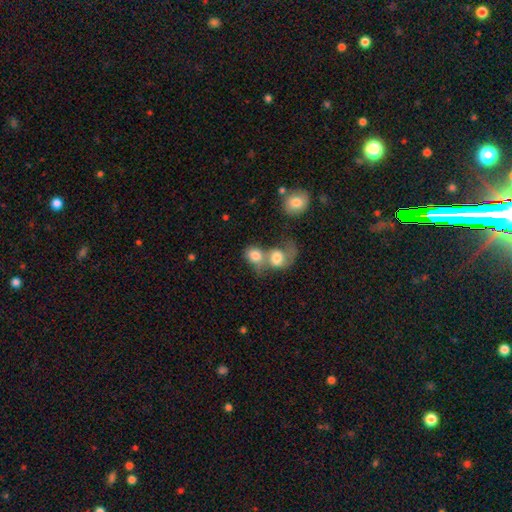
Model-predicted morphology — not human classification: Overall: smooth (76%). How rounded: round (59%; in between 40%). Merging: merger (69%).